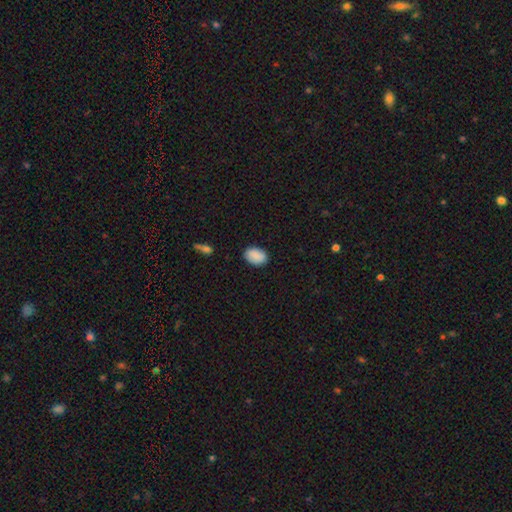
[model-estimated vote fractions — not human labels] This is clearly a smooth galaxy (89%). How rounded: clearly in between (83%). Merging: clearly none (87%).